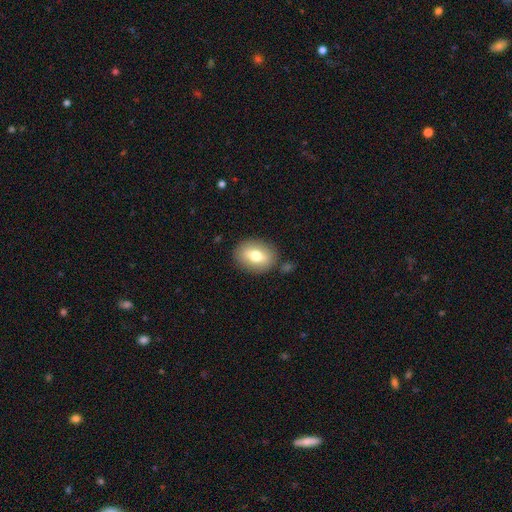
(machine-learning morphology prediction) This appears to be a smooth galaxy with no disk features (67%) that is in between round and cigar-shaped (68%). Merging: none (83%).